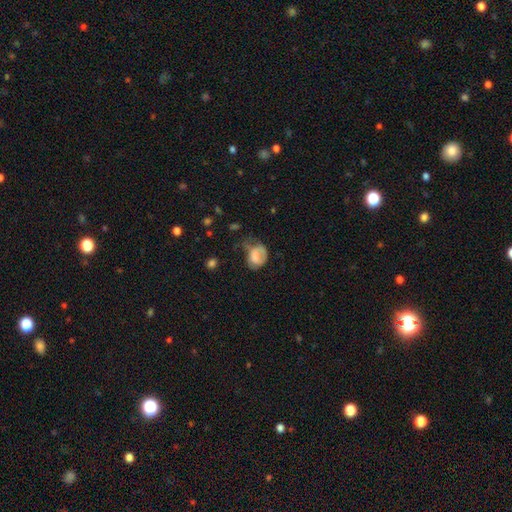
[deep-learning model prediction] Smooth or featured? Predicted: smooth (p=0.66). How rounded? Predicted: in between (p=0.58). Merging? Predicted: major disturbance (p=0.33, tied with minor disturbance).